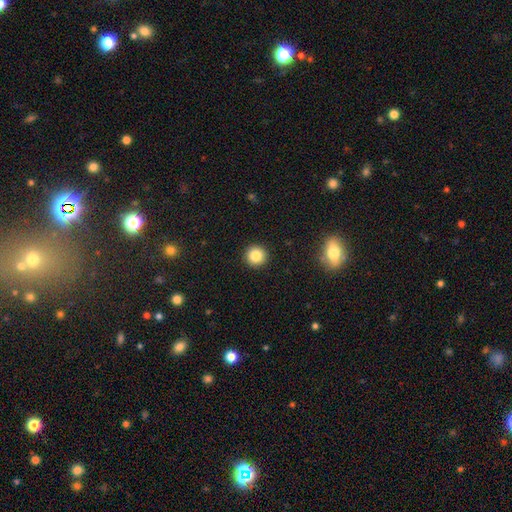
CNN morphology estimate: A smooth galaxy with no disk features (84%) that is round (95%). Merging: none (93%).